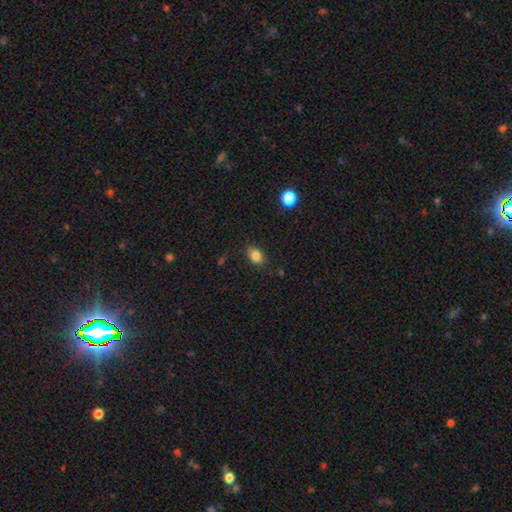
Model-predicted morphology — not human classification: type=smooth (83%); roundness=in between (74%); merging=none (82%).